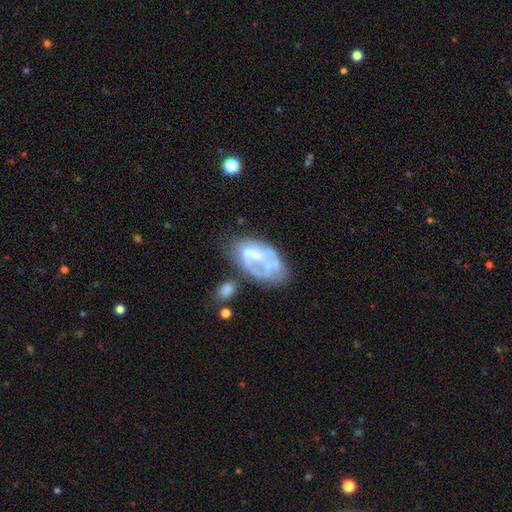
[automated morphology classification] The model was most divided on "bulge size": none: 40%, small: 30%, moderate: 24%, large: 4%, dominant: 1%. Remaining: edge-on disk — no (96%); bar — no (68%); spiral arms — no (68%); smooth or featured — featured or disk (62%); merging — none (37%).